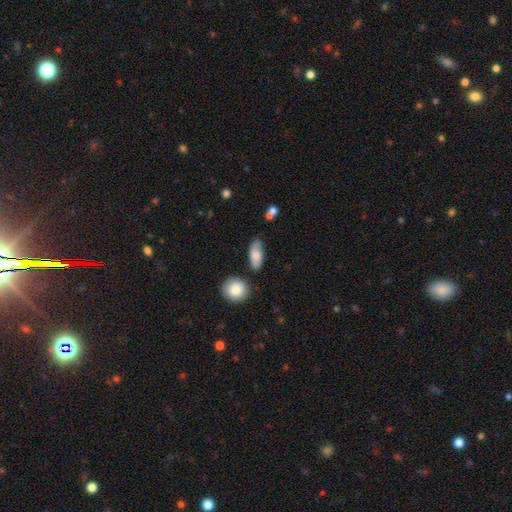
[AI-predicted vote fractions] Smooth or featured: smooth — 76% (featured or disk — 17%)
How rounded: in between — 83% (cigar-shaped — 12%)
Merging: none — 67% (minor disturbance — 22%)